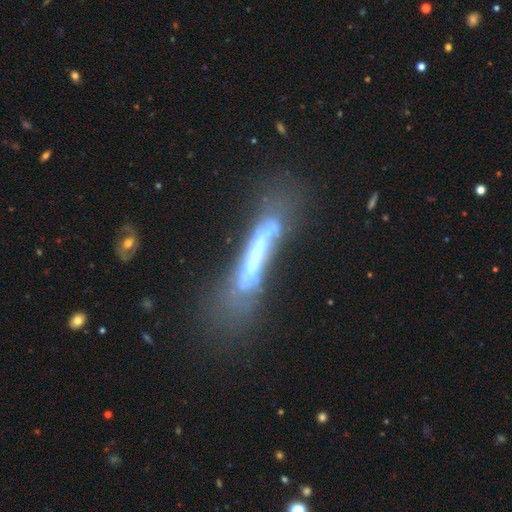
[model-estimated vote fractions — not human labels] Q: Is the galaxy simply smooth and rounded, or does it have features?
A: featured or disk — 57%.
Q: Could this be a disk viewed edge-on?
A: yes — 62%.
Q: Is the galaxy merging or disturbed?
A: none — 39%.